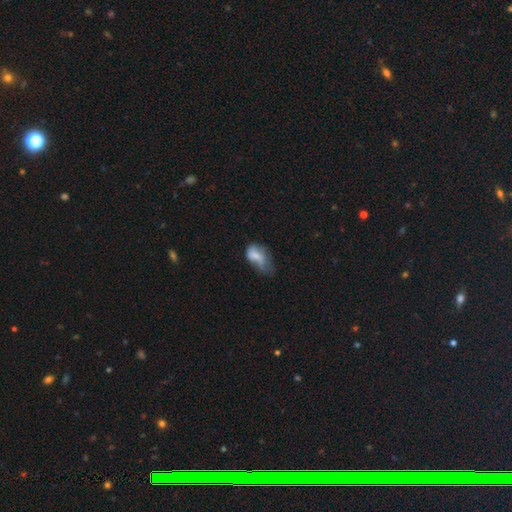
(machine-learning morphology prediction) A smooth galaxy with no disk features (67%) that is in between round and cigar-shaped (88%). Merging: major disturbance (39%).